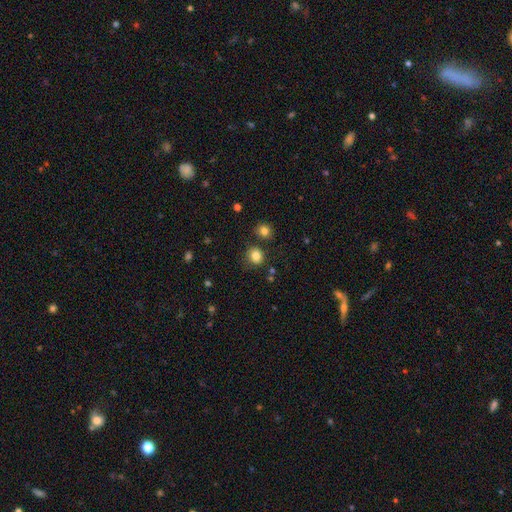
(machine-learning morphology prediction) A smooth galaxy with no disk features (82%) that is round (80%).

Vote fractions:
- Smooth or featured? smooth: 82% / star or artifact: 12% / featured or disk: 6%
- How rounded? round: 80% / in between: 19% / cigar-shaped: 1%
- Merging? none: 78% / minor disturbance: 11% / merger: 7% / major disturbance: 4%